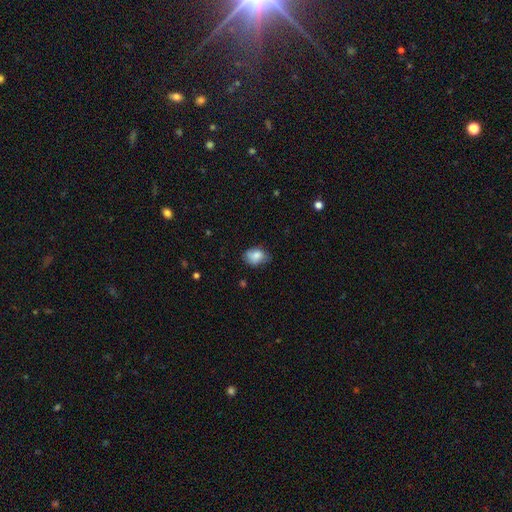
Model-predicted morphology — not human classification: smooth 81%, featured or disk 11%, star or artifact 8%. Down the decision tree: how rounded — in between (68%); merging — none (56%).